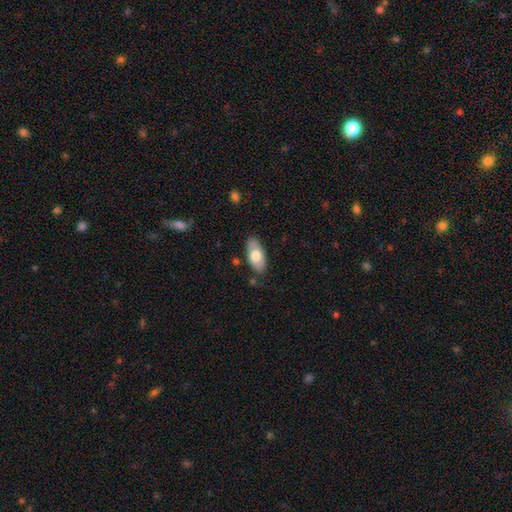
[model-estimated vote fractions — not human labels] Smooth or featured? smooth (70%)
How rounded? in between (92%)
Merging? none (81%)